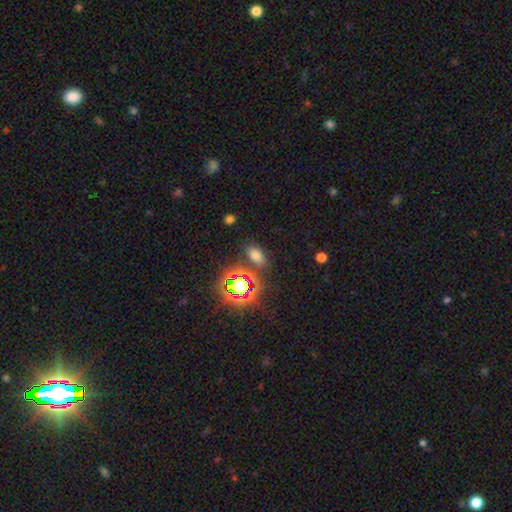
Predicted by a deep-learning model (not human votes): Smooth or featured?
  - smooth: 64% *
  - star or artifact: 29%
  - featured or disk: 8%
How rounded?
  - in between: 84% *
  - round: 12%
  - cigar-shaped: 4%
Merging?
  - none: 80% *
  - minor disturbance: 11%
  - merger: 5%
  - major disturbance: 4%